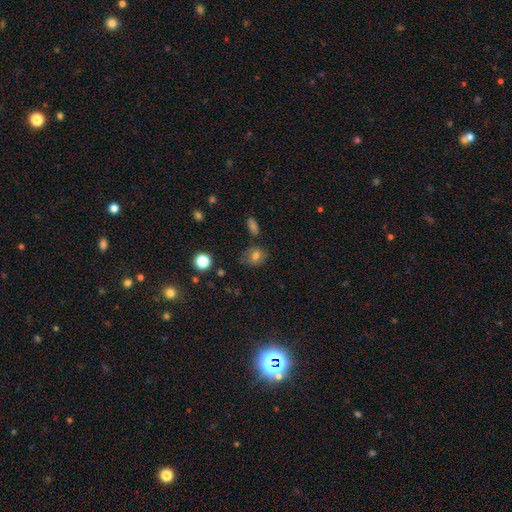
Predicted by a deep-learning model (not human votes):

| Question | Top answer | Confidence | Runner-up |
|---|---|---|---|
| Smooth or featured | smooth | 70% | featured or disk (17%) |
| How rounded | in between | 50% | round (49%) |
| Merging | none | 68% | minor disturbance (21%) |